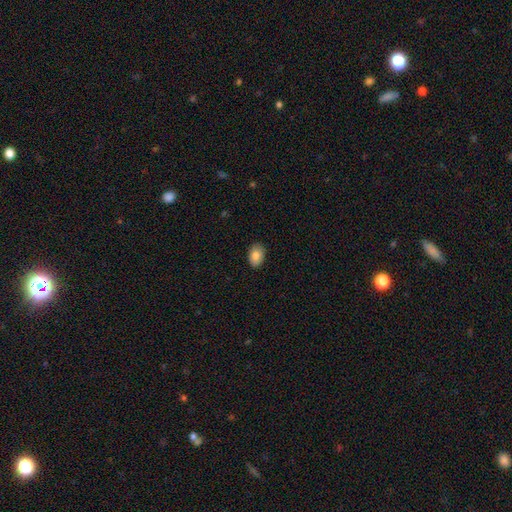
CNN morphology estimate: Overall: smooth (81%). How rounded: in between (86%). Merging: none (87%).